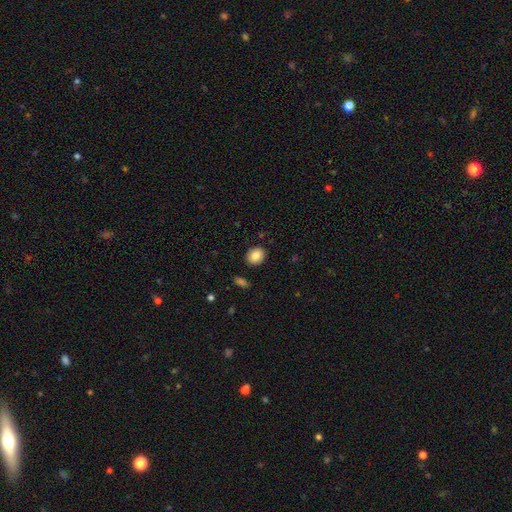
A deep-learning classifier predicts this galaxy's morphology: This is clearly a smooth galaxy (85%). How rounded: likely round (63%). Merging: clearly none (89%).